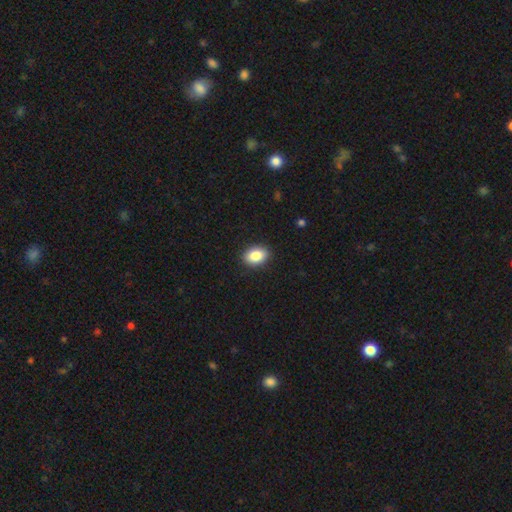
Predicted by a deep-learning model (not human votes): This appears to be a smooth galaxy with no disk features (86%) that is in between round and cigar-shaped (83%). Merging: none (90%).